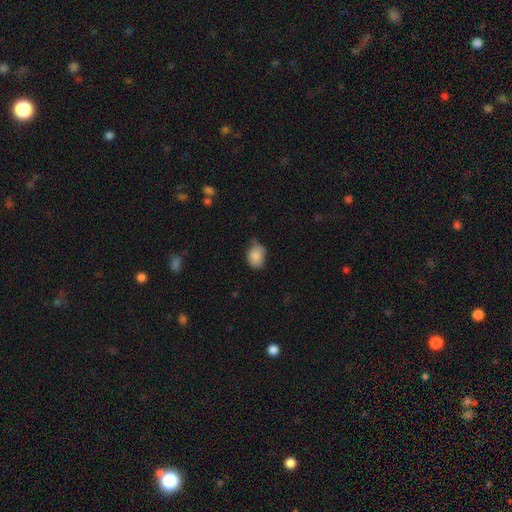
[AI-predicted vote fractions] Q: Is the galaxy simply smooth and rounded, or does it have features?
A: smooth — 86%.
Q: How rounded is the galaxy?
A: in between — 64%.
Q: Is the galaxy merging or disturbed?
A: none — 56%.